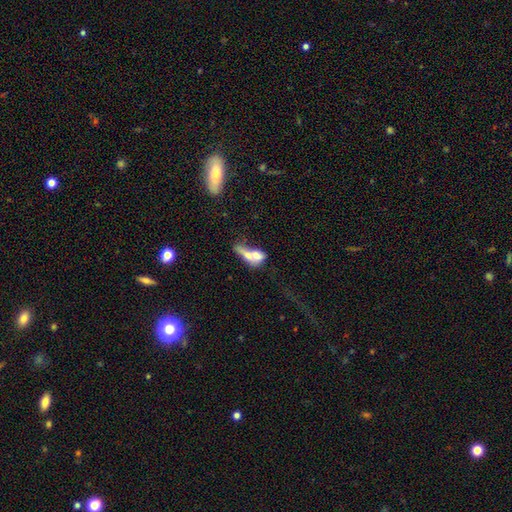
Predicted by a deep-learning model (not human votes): A smooth galaxy with no disk features (57%) that is in between round and cigar-shaped (60%).

Vote fractions:
- Smooth or featured? smooth: 57% / featured or disk: 33% / star or artifact: 10%
- How rounded? in between: 60% / cigar-shaped: 23% / round: 17%
- Merging? merger: 64% / none: 15% / major disturbance: 12% / minor disturbance: 8%